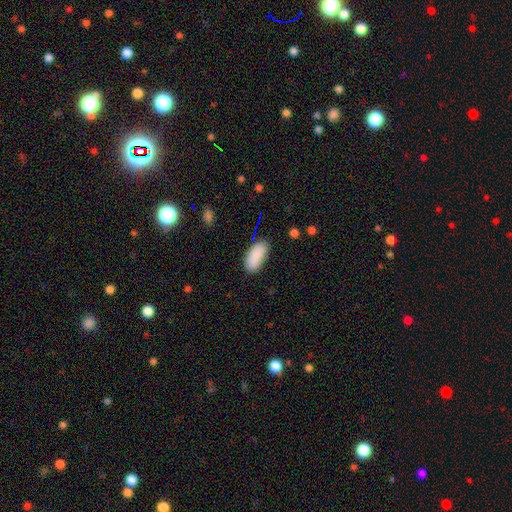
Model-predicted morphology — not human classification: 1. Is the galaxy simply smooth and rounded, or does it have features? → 89% smooth, 7% star or artifact, 4% featured or disk.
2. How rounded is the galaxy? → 91% in between, 6% cigar-shaped, 2% round.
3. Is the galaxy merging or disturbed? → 82% none, 13% minor disturbance, 3% major disturbance, 2% merger.